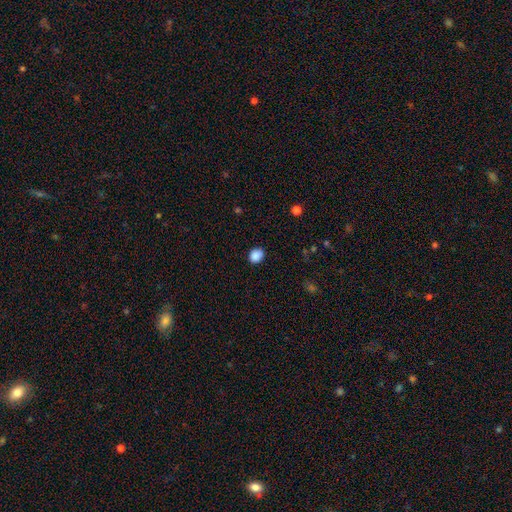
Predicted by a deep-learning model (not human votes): Smooth or featured? smooth (88%)
How rounded? round (58%)
Merging? none (87%)